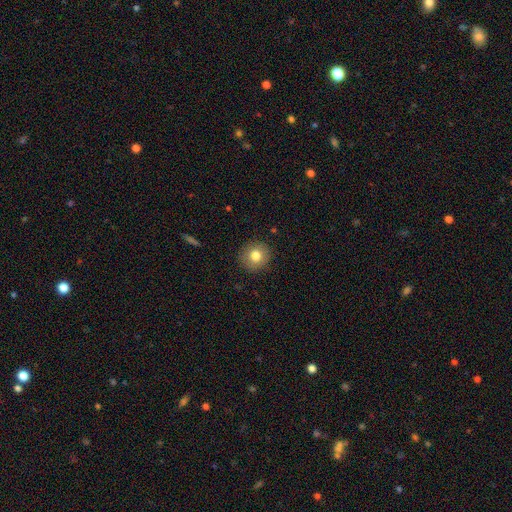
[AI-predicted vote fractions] Overall: smooth (79%). How rounded: round (91%). Merging: none (90%).